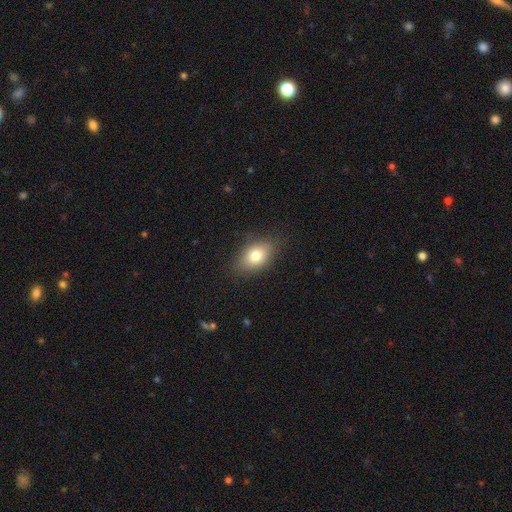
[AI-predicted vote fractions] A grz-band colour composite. It shows a smooth galaxy with no disk features (78%) that is in between round and cigar-shaped (81%). Merging: none (81%).